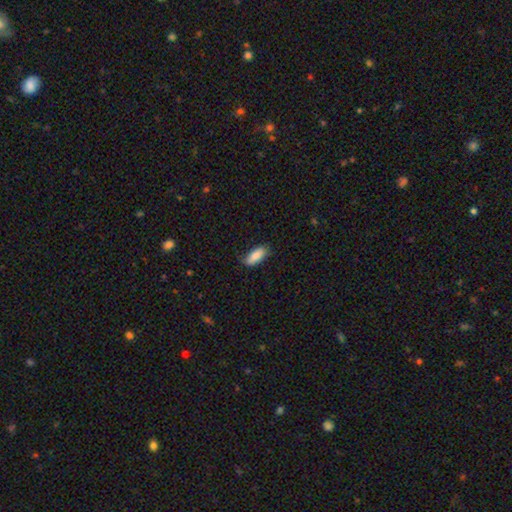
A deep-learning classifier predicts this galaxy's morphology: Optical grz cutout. It shows a smooth galaxy with no disk features (86%) that is in between round and cigar-shaped (79%). Merging: none (78%).